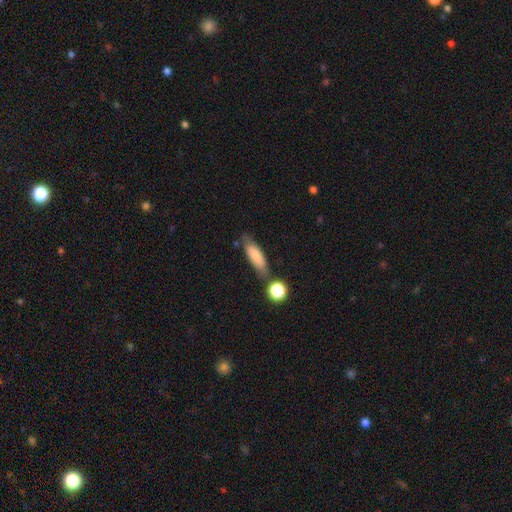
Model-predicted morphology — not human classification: type=smooth (77%); roundness=in between (53%); merging=none (65%).